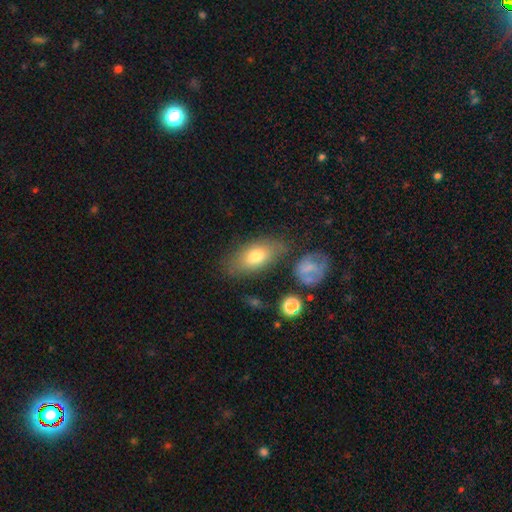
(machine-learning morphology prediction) Overall: smooth (74%). How rounded: in between (88%). Merging: none (69%).